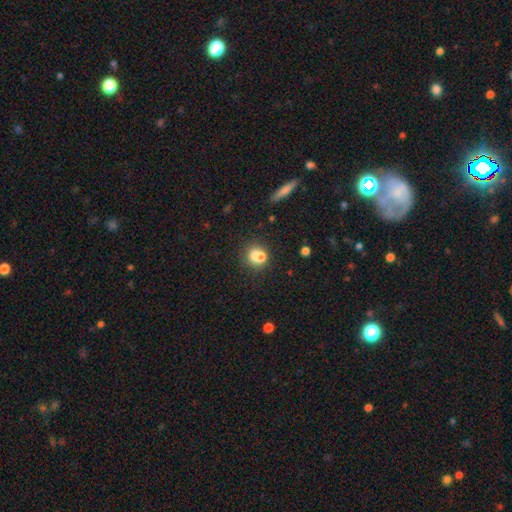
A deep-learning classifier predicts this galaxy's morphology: smooth-or-featured: smooth: 71% | featured or disk: 17% | star or artifact: 13%
  how-rounded: round: 75% | in between: 24% | cigar-shaped: 1%
  merging: none: 42% | merger: 41% | minor disturbance: 11% | major disturbance: 5%